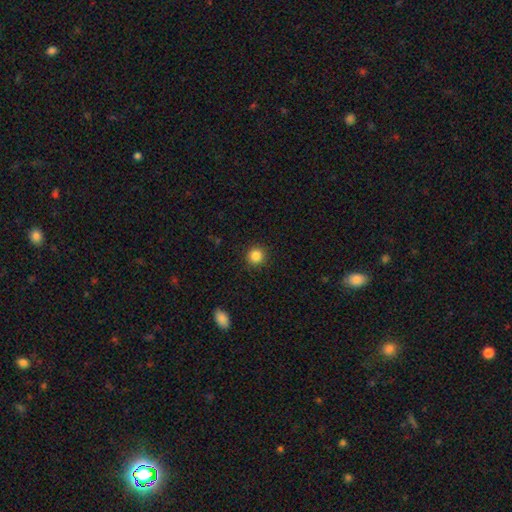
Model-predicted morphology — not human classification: smooth_or_featured: smooth (p=0.85) [alt: star or artifact p=0.11]
how_rounded: round (p=0.94) [alt: in between p=0.05]
merging: none (p=0.91) [alt: minor disturbance p=0.06]